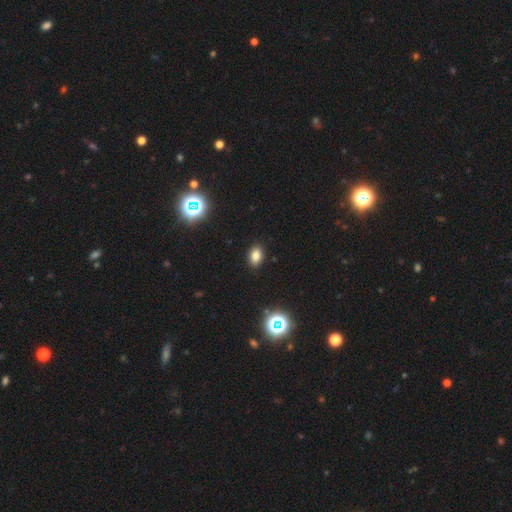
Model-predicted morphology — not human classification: type=smooth (79%); roundness=in between (83%); merging=none (89%).